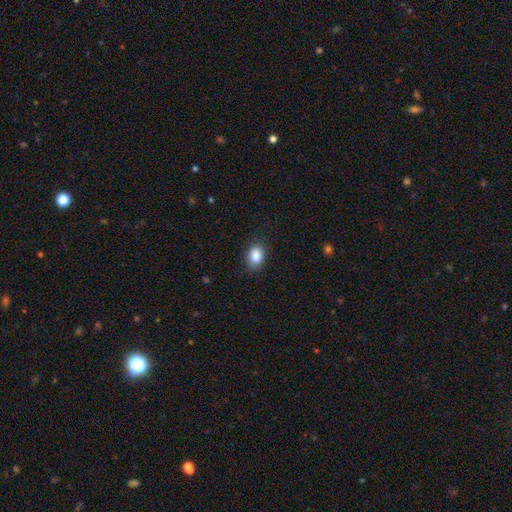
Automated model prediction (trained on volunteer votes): Smooth or featured? Predicted: smooth (p=0.87). How rounded? Predicted: in between (p=0.79). Merging? Predicted: none (p=0.85).